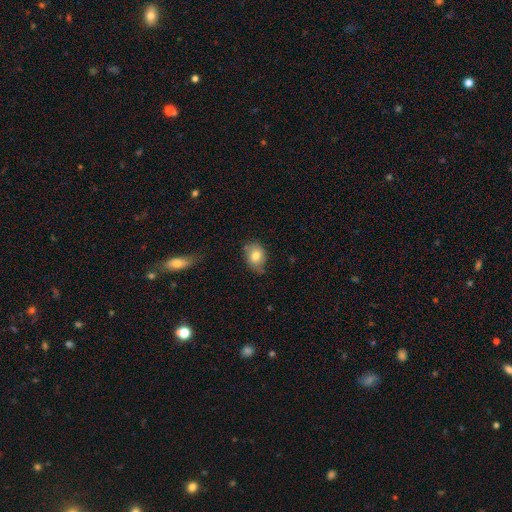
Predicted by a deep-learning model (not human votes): Smooth or featured: smooth — 78% (featured or disk — 14%)
How rounded: in between — 65% (round — 33%)
Merging: none — 65% (minor disturbance — 27%)